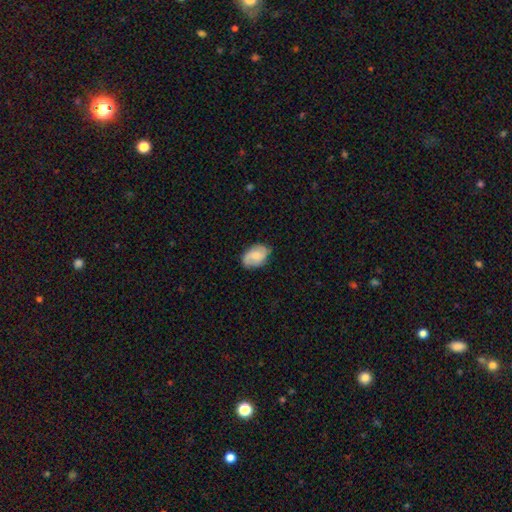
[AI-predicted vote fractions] Morphology: type=smooth (49%); merging=none (74%).